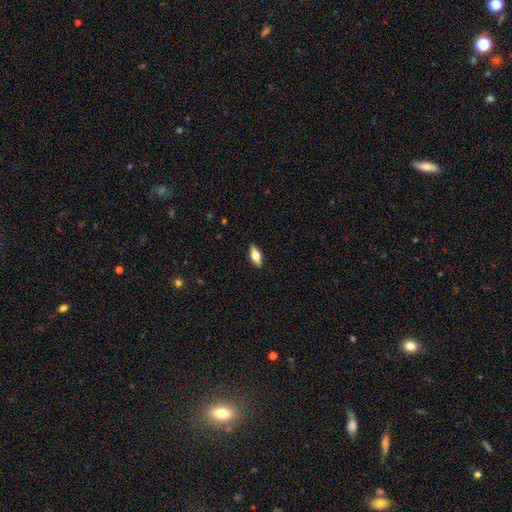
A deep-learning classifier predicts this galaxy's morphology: Smooth or featured? Predicted: smooth (p=0.54). How rounded? Predicted: in between (p=0.76). Merging? Predicted: none (p=0.89).